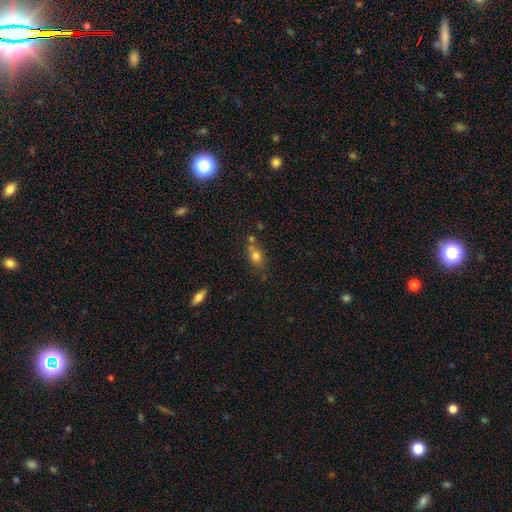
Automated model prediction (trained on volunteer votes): This appears to be a smooth galaxy with no disk features (76%) that is in between round and cigar-shaped (64%). Merging: none (49%).